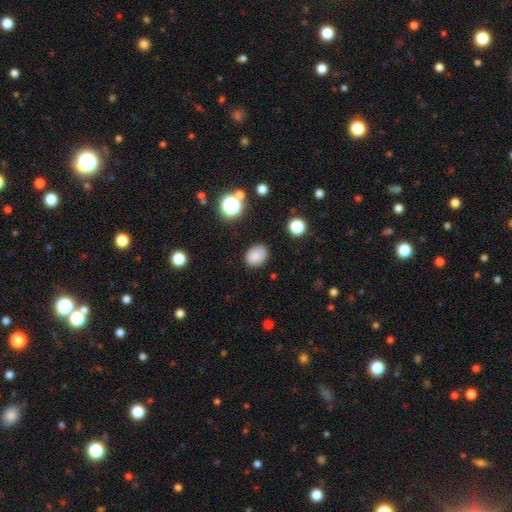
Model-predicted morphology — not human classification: A smooth galaxy with no disk features (85%) that is in between round and cigar-shaped (64%).

Vote fractions:
- Smooth or featured? smooth: 85% / star or artifact: 11% / featured or disk: 4%
- How rounded? in between: 64% / round: 35% / cigar-shaped: 1%
- Merging? none: 84% / minor disturbance: 11% / major disturbance: 3% / merger: 1%